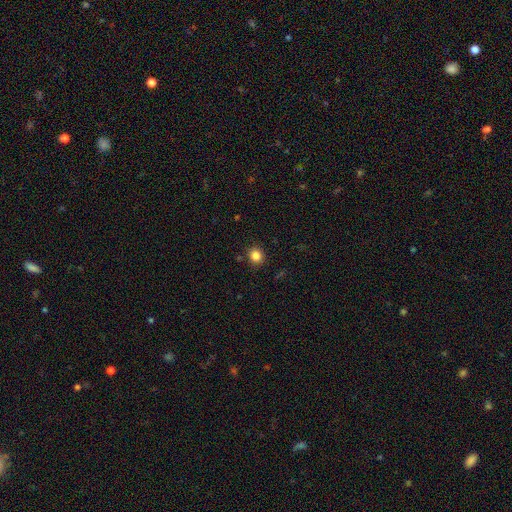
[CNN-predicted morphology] Smooth or featured? smooth (84%)
How rounded? round (85%)
Merging? none (89%)